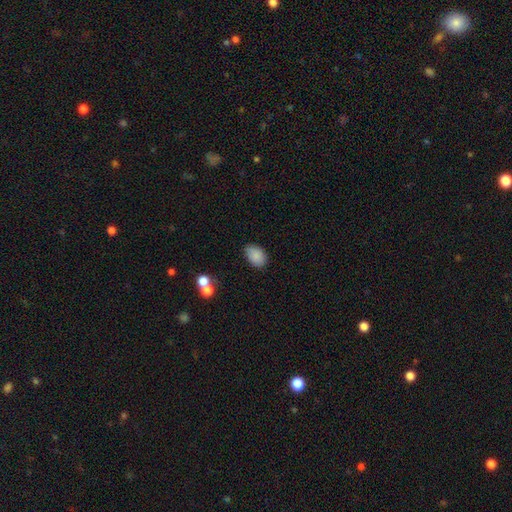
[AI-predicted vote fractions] Morphology: type=smooth (86%); roundness=in between (85%); merging=none (78%).